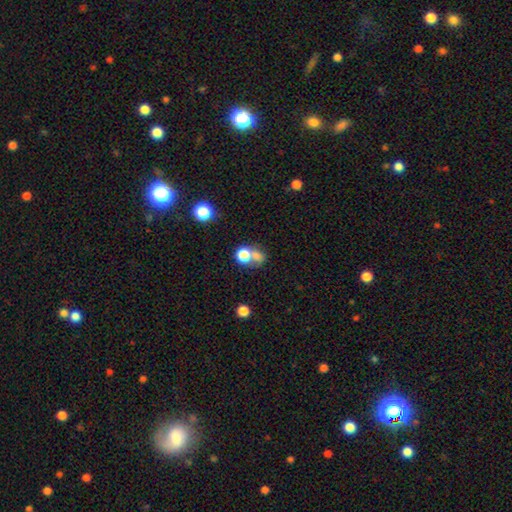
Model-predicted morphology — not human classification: Smooth or featured?
  - smooth: 70% *
  - star or artifact: 17%
  - featured or disk: 13%
How rounded?
  - round: 67% *
  - in between: 32%
  - cigar-shaped: 1%
Merging?
  - merger: 52% *
  - none: 35%
  - minor disturbance: 8%
  - major disturbance: 6%